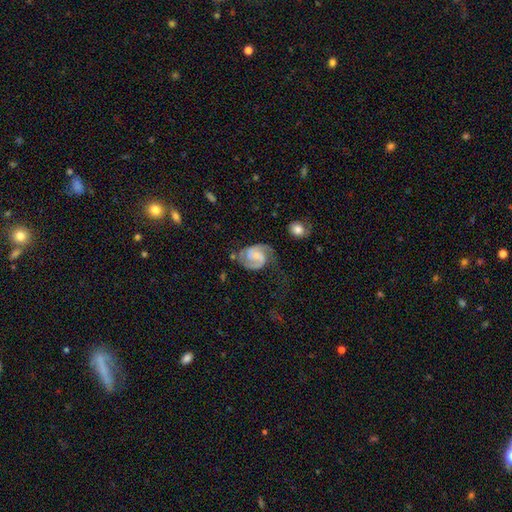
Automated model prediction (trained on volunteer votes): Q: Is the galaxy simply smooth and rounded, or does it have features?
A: featured or disk — 84%.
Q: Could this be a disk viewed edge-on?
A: no — 98%.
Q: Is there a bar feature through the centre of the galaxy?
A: weak — 45%.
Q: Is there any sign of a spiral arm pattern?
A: yes — 96%.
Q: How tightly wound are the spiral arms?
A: medium — 53%.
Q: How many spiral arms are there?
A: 2 — 89%.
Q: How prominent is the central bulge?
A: small — 41%.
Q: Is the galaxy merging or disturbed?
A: none — 53%.